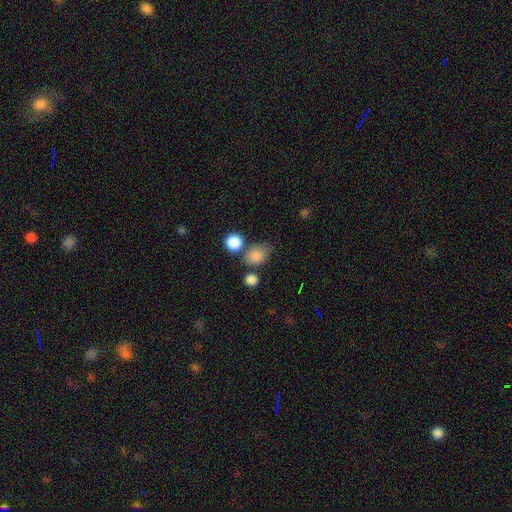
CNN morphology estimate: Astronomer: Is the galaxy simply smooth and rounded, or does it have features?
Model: smooth — 84%.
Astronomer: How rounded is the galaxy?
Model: in between — 59% (runner-up: round, 40%).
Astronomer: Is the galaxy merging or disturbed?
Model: none — 56%.